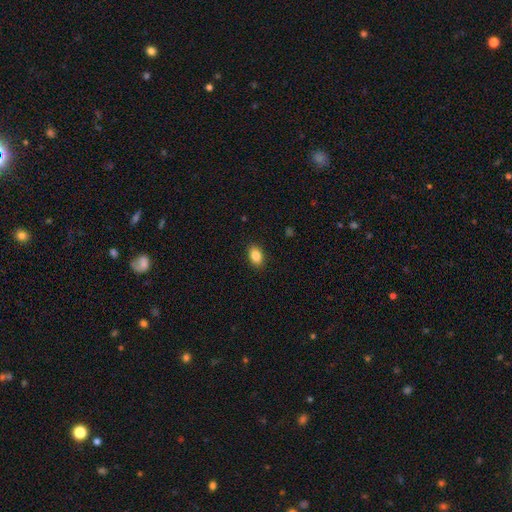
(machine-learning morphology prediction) Overall: smooth (86%). How rounded: in between (86%). Merging: none (89%).